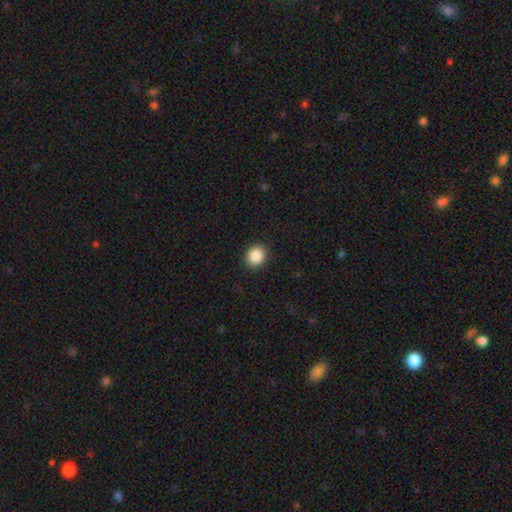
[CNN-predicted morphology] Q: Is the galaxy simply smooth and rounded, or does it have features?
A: smooth — 88%.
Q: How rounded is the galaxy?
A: round — 73%.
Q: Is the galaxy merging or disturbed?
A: none — 91%.